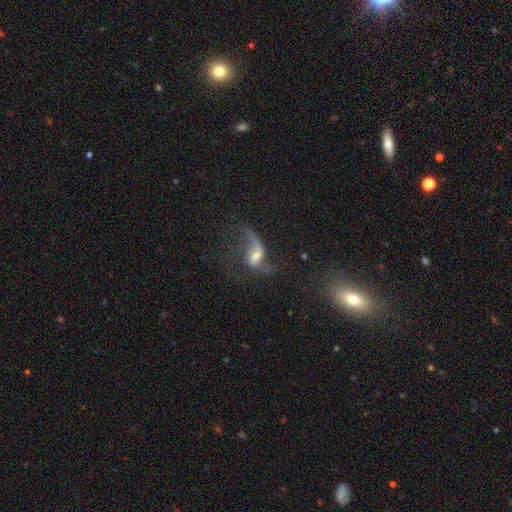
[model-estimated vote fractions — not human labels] smooth_or_featured: featured or disk (p=0.73) [alt: smooth p=0.17]
disk_edge_on: no (p=0.96) [alt: yes p=0.04]
bar: weak (p=0.42) [alt: no p=0.41]
has_spiral_arms: yes (p=0.87) [alt: no p=0.13]
spiral_winding: loose (p=0.80) [alt: medium p=0.16]
spiral_arm_count: 2 (p=0.68) [alt: 1 p=0.24]
bulge_size: moderate (p=0.50) [alt: small p=0.35]
merging: major disturbance (p=0.43) [alt: none p=0.35]